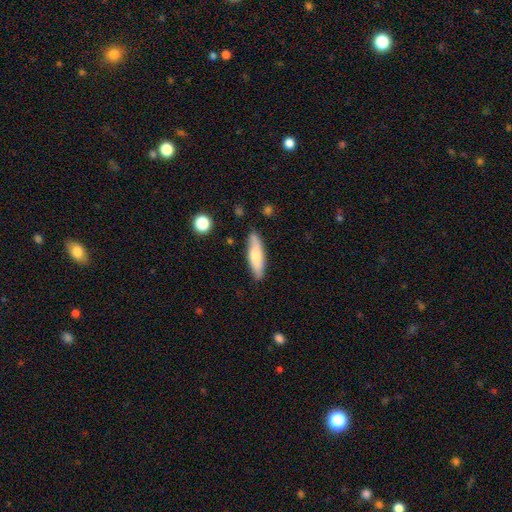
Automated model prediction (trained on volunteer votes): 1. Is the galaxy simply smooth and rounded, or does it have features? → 63% smooth, 31% featured or disk, 6% star or artifact.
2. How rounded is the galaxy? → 61% cigar-shaped, 37% in between, 2% round.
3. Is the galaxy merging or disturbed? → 82% none, 14% minor disturbance, 2% major disturbance, 2% merger.